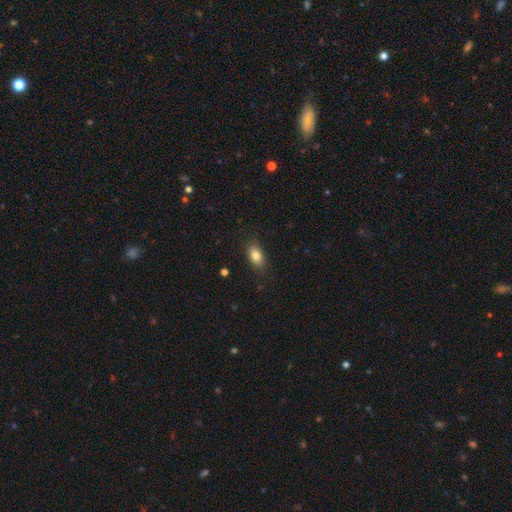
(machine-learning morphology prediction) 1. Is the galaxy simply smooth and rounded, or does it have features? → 82% smooth, 10% featured or disk, 8% star or artifact.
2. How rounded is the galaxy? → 87% in between, 8% round, 4% cigar-shaped.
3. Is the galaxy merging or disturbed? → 85% none, 11% minor disturbance, 3% major disturbance, 1% merger.